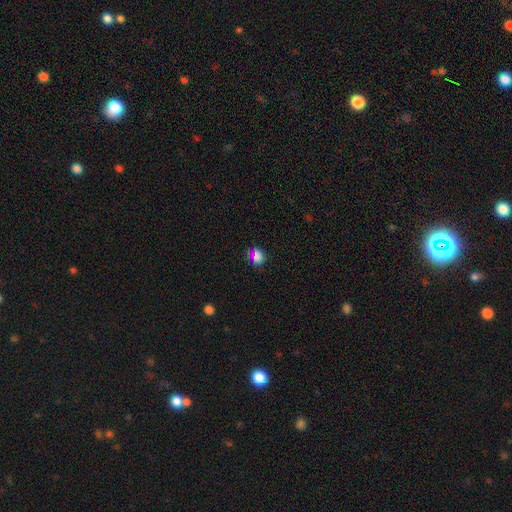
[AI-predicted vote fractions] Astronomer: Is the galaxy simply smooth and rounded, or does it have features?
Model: smooth — 71%.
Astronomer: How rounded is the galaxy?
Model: round — 61% (runner-up: in between, 36%).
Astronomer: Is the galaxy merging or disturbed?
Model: none — 70%.